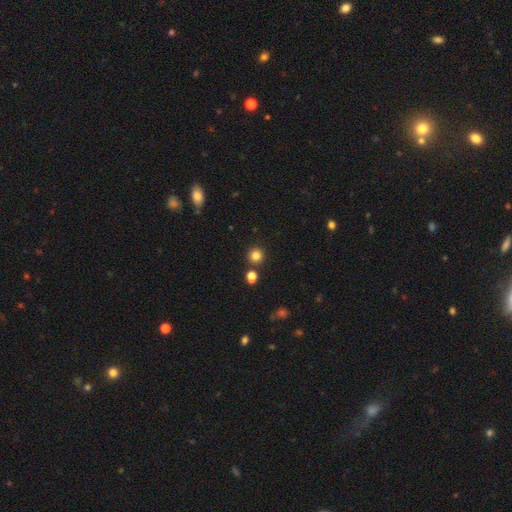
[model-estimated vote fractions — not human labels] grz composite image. It shows a smooth galaxy with no disk features (80%) that is round (94%). Merging: none (85%).